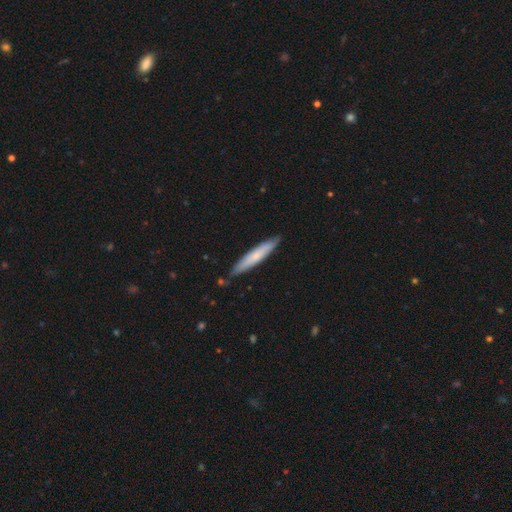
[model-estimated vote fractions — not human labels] This appears to be a smooth galaxy with no disk features (66%) that is cigar-shaped (92%). Merging: none (85%).